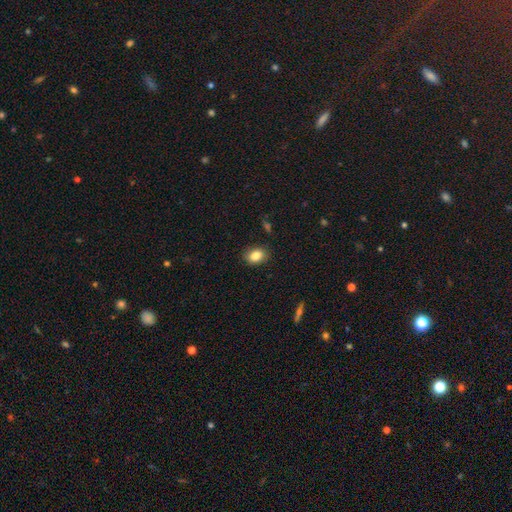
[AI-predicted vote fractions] Smooth or featured?
  - smooth: 85% *
  - star or artifact: 9%
  - featured or disk: 7%
How rounded?
  - in between: 74% *
  - round: 24%
  - cigar-shaped: 1%
Merging?
  - none: 87% *
  - minor disturbance: 9%
  - major disturbance: 2%
  - merger: 1%